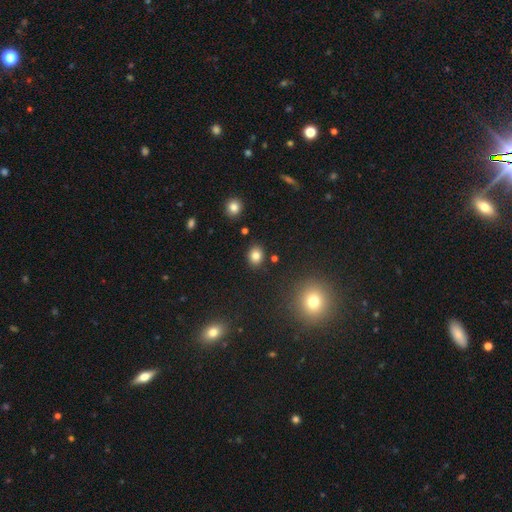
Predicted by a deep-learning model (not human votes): Smooth or featured: smooth — 81% (star or artifact — 12%)
How rounded: round — 60% (in between — 39%)
Merging: none — 87% (minor disturbance — 8%)